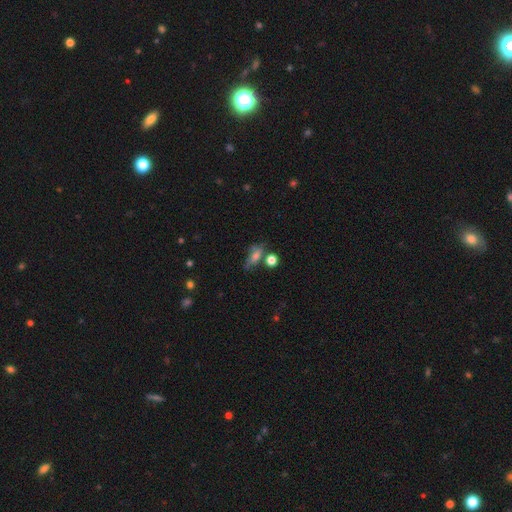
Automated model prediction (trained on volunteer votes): smooth 62%, featured or disk 23%, star or artifact 16%. Down the decision tree: how rounded — in between (65%); merging — none (42%).